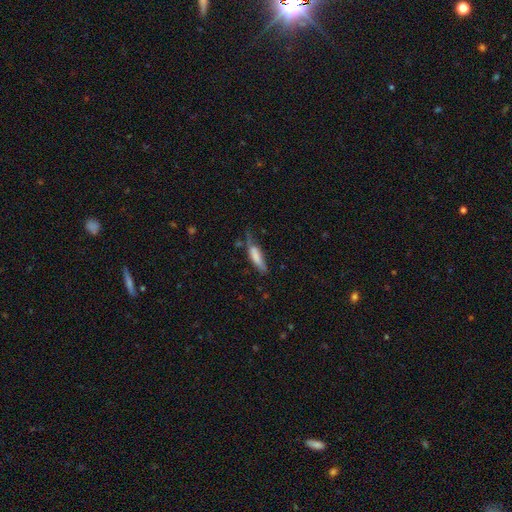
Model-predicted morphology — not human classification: This appears to be a smooth galaxy with no disk features (74%) that is cigar-shaped (63%). Merging: none (42%).